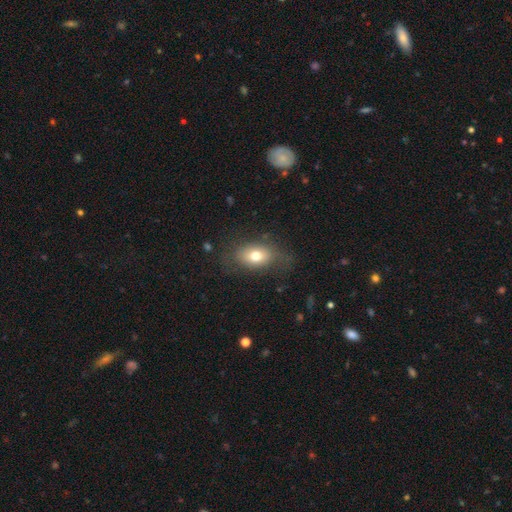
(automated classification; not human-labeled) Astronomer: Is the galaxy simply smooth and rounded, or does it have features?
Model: smooth — 71%.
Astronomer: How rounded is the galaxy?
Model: in between — 80%.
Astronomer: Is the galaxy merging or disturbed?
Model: none — 67%.